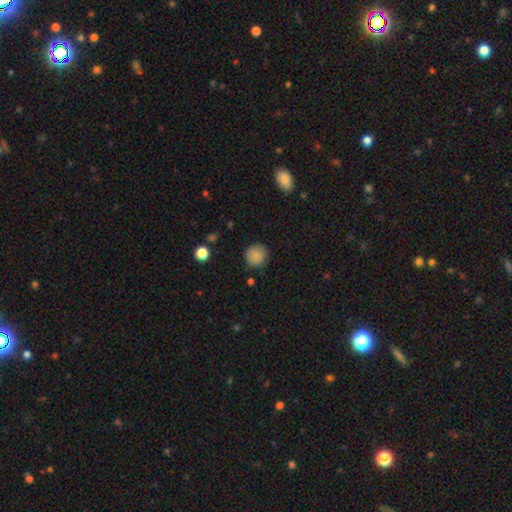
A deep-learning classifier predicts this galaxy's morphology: smooth_or_featured: smooth (p=0.86) [alt: star or artifact p=0.09]
how_rounded: round (p=0.91) [alt: in between p=0.08]
merging: none (p=0.85) [alt: minor disturbance p=0.10]